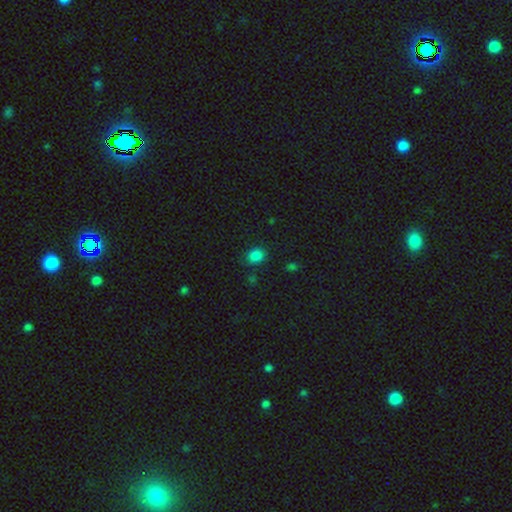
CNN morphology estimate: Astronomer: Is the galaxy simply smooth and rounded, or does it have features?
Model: smooth — 84%.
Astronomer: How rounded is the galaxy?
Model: round — 52% (runner-up: in between, 47%).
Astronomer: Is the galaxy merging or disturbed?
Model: none — 82%.